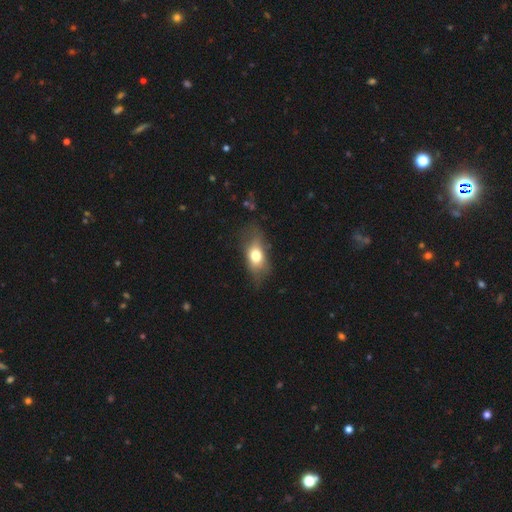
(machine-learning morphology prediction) Overall: smooth (66%; featured or disk 26%). How rounded: in between (80%). Merging: none (51%; minor disturbance 28%).